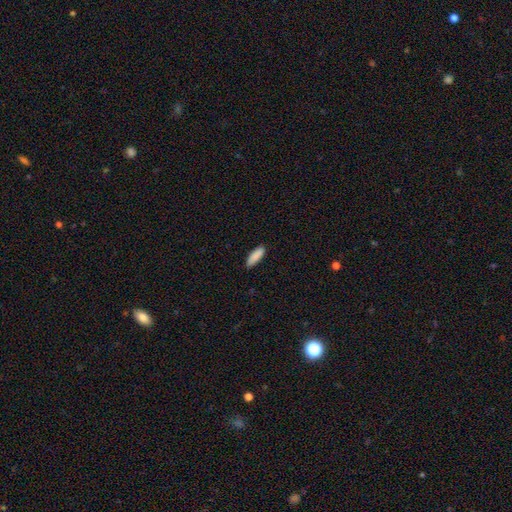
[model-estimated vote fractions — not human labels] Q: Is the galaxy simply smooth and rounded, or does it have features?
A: smooth — 89%.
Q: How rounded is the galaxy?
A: in between — 54%.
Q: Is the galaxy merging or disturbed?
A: none — 84%.